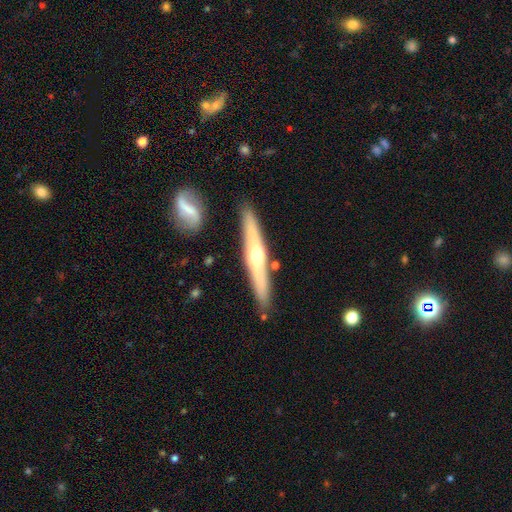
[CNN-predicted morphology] Smooth or featured: featured or disk — 66% (smooth — 28%)
Edge-on disk: yes — 91% (no — 9%)
Edge-on bulge: rounded — 86% (none — 11%)
Merging: none — 85% (minor disturbance — 10%)